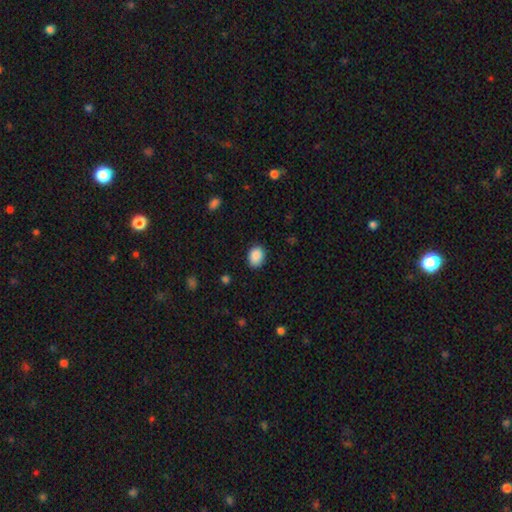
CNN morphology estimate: Smooth or featured: smooth — 89% (star or artifact — 8%)
How rounded: in between — 62% (round — 37%)
Merging: none — 86% (minor disturbance — 11%)